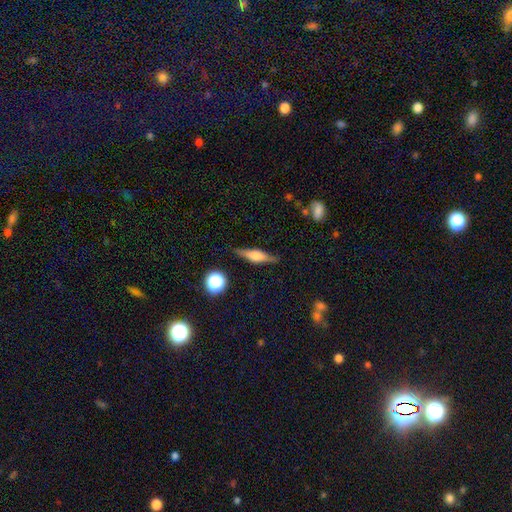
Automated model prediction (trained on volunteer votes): This appears to be a featured or disk galaxy (58%) viewed edge-on (95%) with a rounded central bulge (71%). Merging: none (84%).